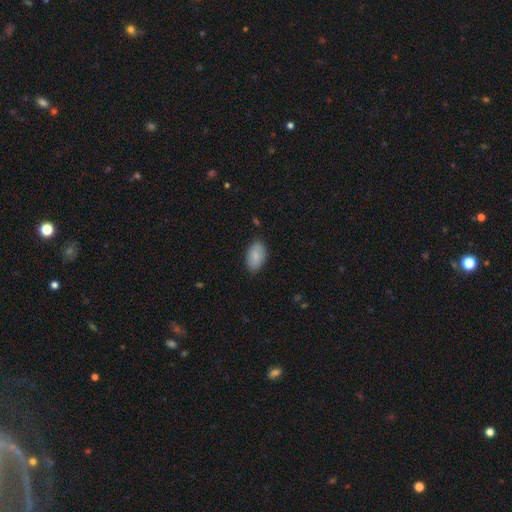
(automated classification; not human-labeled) Smooth or featured? smooth (84%)
How rounded? in between (94%)
Merging? none (83%)